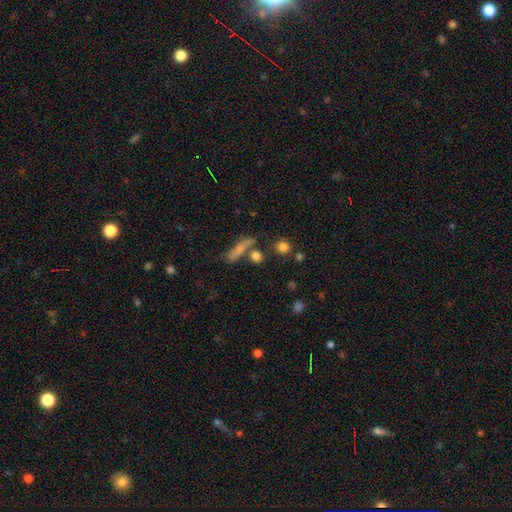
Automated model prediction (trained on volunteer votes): A smooth galaxy with no disk features (75%) that is round (61%).

Vote fractions:
- Smooth or featured? smooth: 75% / featured or disk: 12% / star or artifact: 12%
- How rounded? round: 61% / cigar-shaped: 20% / in between: 19%
- Merging? none: 67% / merger: 17% / minor disturbance: 10% / major disturbance: 5%